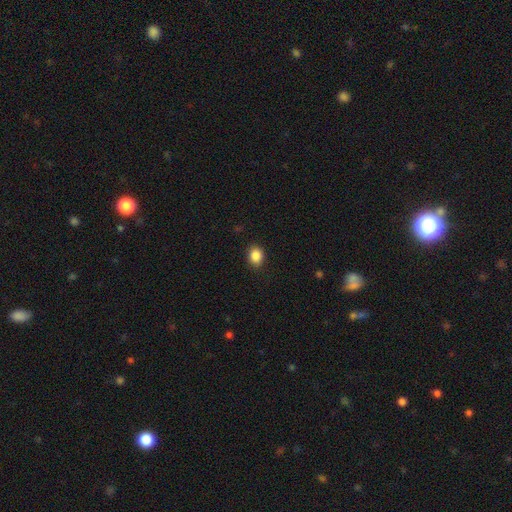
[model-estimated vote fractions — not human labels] Smooth or featured? Predicted: smooth (p=0.87). How rounded? Predicted: round (p=0.58). Merging? Predicted: none (p=0.88).